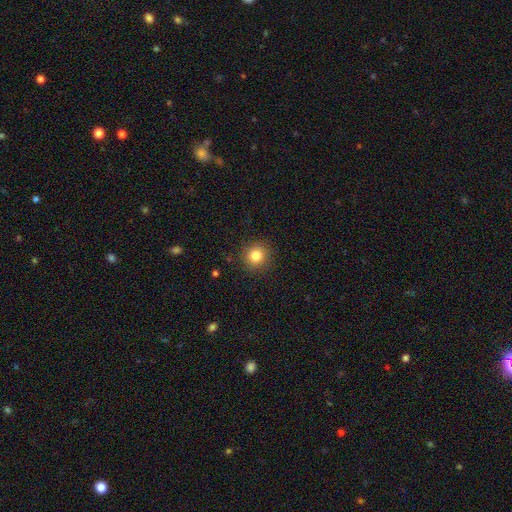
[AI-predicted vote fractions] Q: Smooth or featured?
A: smooth (82%); runner-up: star or artifact (11%)
Q: How rounded?
A: round (92%); runner-up: in between (7%)
Q: Merging?
A: none (90%); runner-up: minor disturbance (7%)